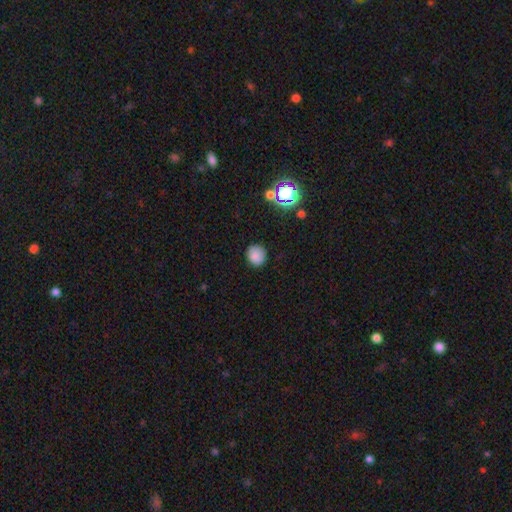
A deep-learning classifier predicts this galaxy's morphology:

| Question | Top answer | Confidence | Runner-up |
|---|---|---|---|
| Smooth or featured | smooth | 80% | star or artifact (13%) |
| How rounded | round | 82% | in between (17%) |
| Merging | none | 84% | minor disturbance (12%) |